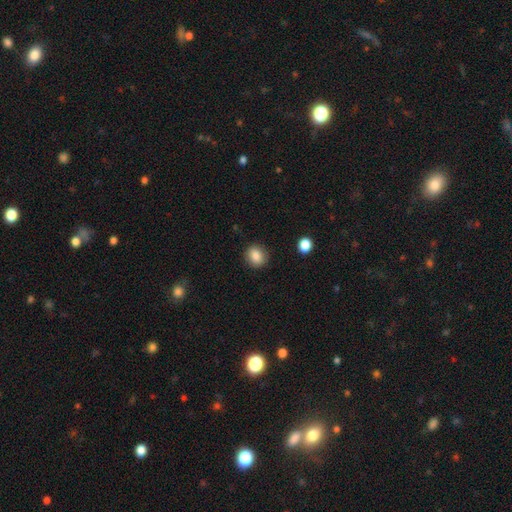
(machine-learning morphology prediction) Smooth or featured?
  - smooth: 86% *
  - star or artifact: 9%
  - featured or disk: 5%
How rounded?
  - round: 73% *
  - in between: 26%
  - cigar-shaped: 1%
Merging?
  - none: 88% *
  - minor disturbance: 8%
  - major disturbance: 2%
  - merger: 1%